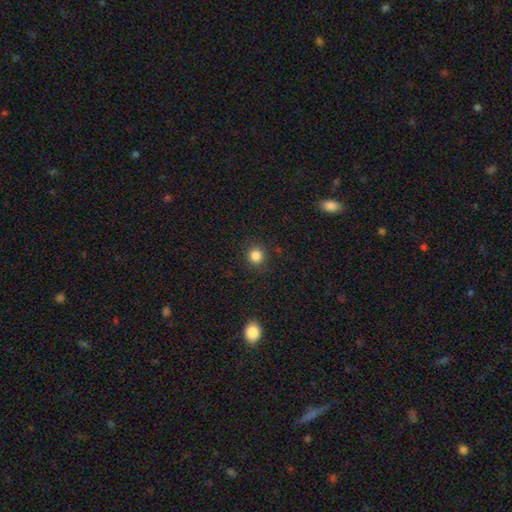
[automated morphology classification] Smooth or featured? Predicted: smooth (p=0.85). How rounded? Predicted: round (p=0.91). Merging? Predicted: none (p=0.89).